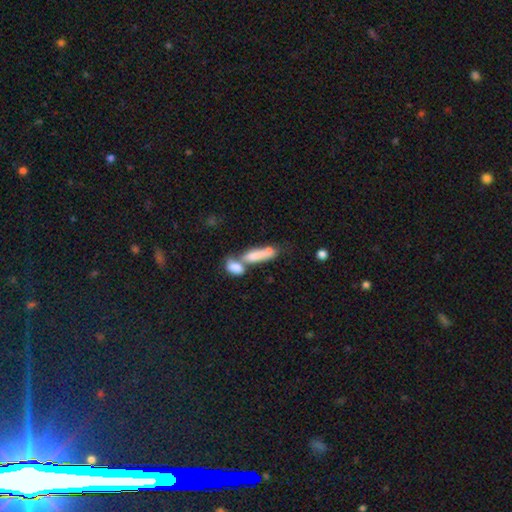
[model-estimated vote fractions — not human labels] This is likely a smooth galaxy (74%). How rounded: possibly in between (53%). Merging: likely merger (63%).